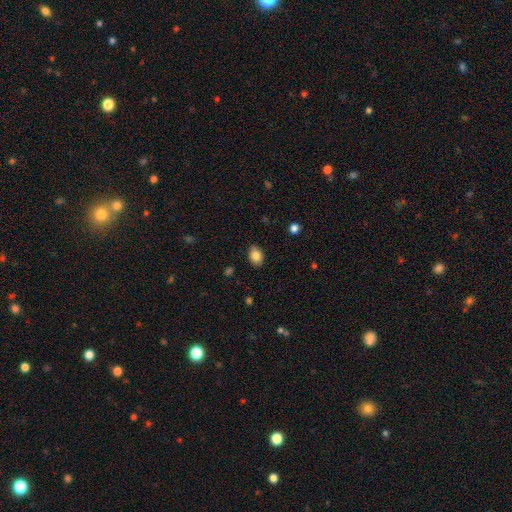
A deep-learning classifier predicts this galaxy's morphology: Smooth or featured?
  - smooth: 84% *
  - star or artifact: 9%
  - featured or disk: 7%
How rounded?
  - in between: 70% *
  - round: 29%
  - cigar-shaped: 1%
Merging?
  - none: 86% *
  - minor disturbance: 11%
  - major disturbance: 2%
  - merger: 1%